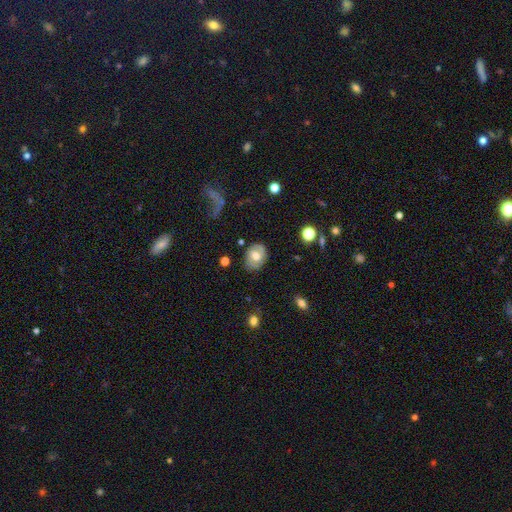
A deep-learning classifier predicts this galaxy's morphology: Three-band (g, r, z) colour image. It shows a smooth galaxy with no disk features (46%, tied with featured or disk). Merging: none (78%).